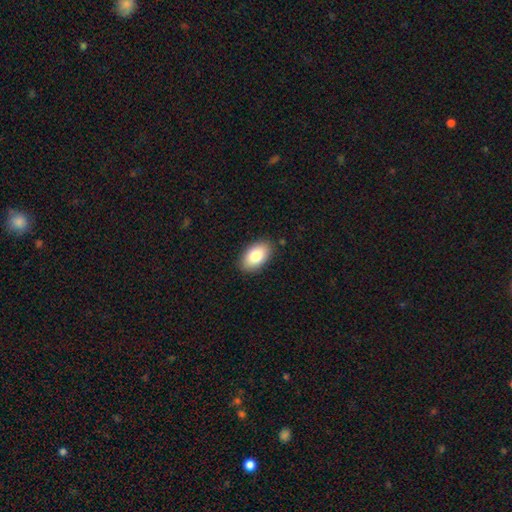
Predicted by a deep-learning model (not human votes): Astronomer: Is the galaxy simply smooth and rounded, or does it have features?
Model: smooth — 83%.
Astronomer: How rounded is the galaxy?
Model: in between — 93%.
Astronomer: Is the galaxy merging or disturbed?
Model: none — 87%.